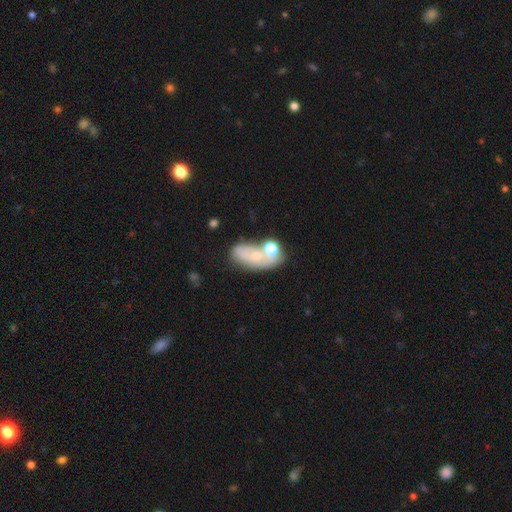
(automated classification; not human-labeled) Overall: smooth (50%; featured or disk 38%). How rounded: in between (85%). Merging: merger (34%; none 31%).